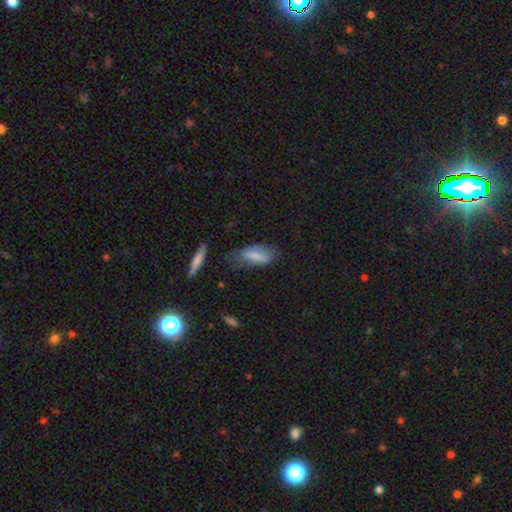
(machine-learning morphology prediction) smooth 75%, featured or disk 18%, star or artifact 7%. Down the decision tree: how rounded — in between (78%); merging — none (52%).